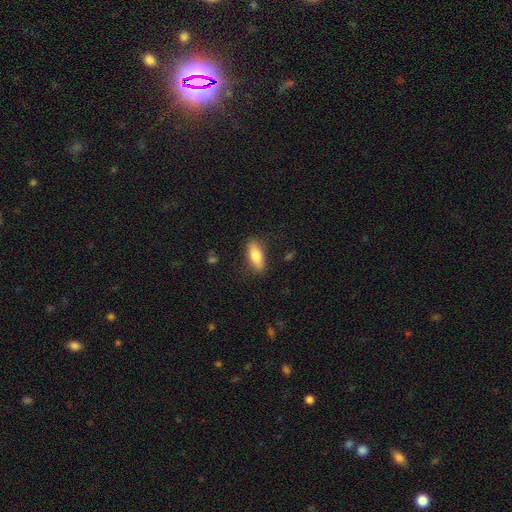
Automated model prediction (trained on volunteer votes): smooth_or_featured: smooth (p=0.78) [alt: featured or disk p=0.15]
how_rounded: in between (p=0.74) [alt: cigar-shaped p=0.23]
merging: none (p=0.84) [alt: minor disturbance p=0.12]